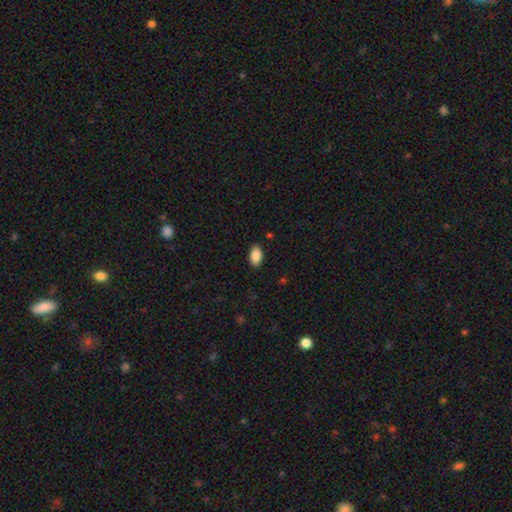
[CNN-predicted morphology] Overall: smooth (89%). How rounded: in between (94%). Merging: none (88%).